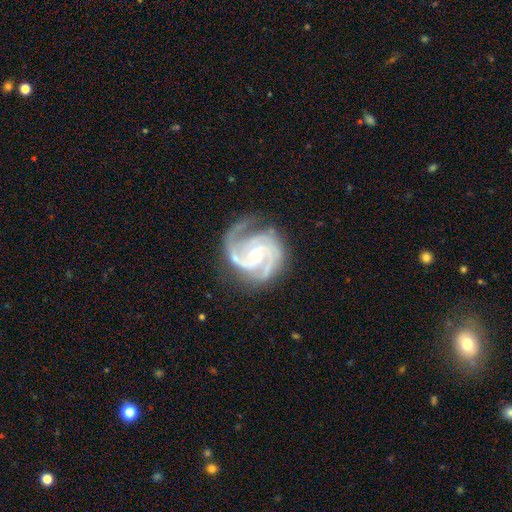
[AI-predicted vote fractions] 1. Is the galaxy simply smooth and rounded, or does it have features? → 93% featured or disk, 4% star or artifact, 3% smooth.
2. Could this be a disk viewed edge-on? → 98% no, 2% yes.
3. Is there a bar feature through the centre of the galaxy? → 63% no, 28% weak, 9% strong.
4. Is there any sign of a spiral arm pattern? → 99% yes, 1% no.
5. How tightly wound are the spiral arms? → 55% tight, 40% medium, 5% loose.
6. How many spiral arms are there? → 56% 3, 22% 2, 8% 4, 6% can't tell, 4% 1, 4% more than 4.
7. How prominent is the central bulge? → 51% small, 45% moderate, 1% large, 1% none, 1% dominant.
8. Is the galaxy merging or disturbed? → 69% none, 21% minor disturbance, 9% major disturbance, 2% merger.